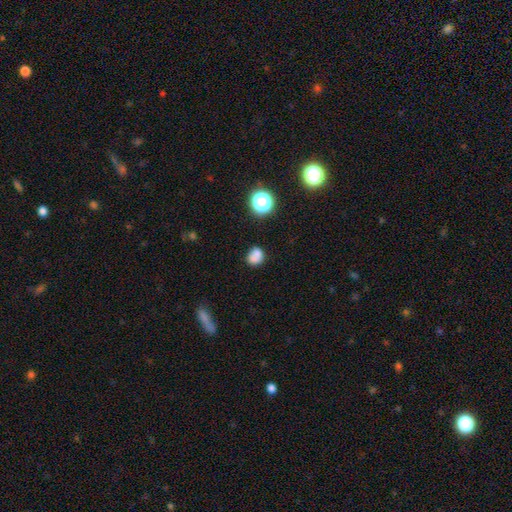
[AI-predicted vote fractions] smooth-or-featured: smooth: 78% | star or artifact: 13% | featured or disk: 9%
  how-rounded: round: 59% | in between: 40% | cigar-shaped: 1%
  merging: none: 63% | minor disturbance: 18% | merger: 13% | major disturbance: 6%